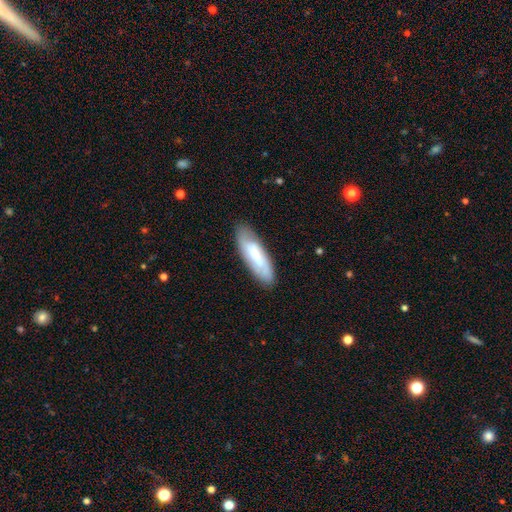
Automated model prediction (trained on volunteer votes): Smooth or featured?
  - smooth: 58% *
  - featured or disk: 36%
  - star or artifact: 7%
How rounded?
  - in between: 51% *
  - cigar-shaped: 47%
  - round: 2%
Merging?
  - none: 78% *
  - minor disturbance: 16%
  - major disturbance: 4%
  - merger: 2%